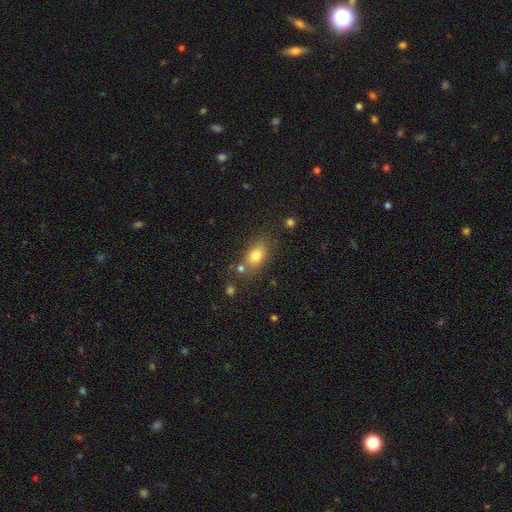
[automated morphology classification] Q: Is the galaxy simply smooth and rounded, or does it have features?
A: smooth — 78%.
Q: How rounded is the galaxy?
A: in between — 76%.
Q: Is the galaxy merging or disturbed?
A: none — 69%.